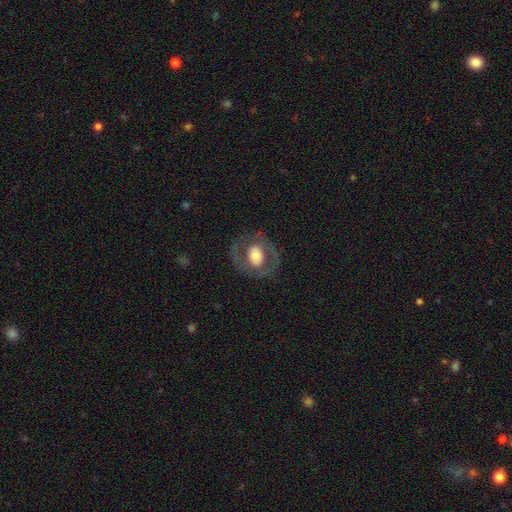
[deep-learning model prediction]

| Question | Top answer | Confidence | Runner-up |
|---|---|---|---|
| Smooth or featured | featured or disk | 50% | smooth (43%) |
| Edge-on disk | no | 94% | yes (6%) |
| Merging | none | 75% | minor disturbance (13%) |